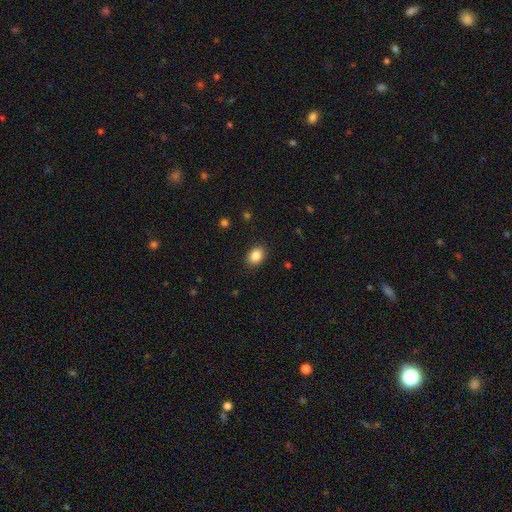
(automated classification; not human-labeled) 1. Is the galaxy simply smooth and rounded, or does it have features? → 86% smooth, 9% star or artifact, 5% featured or disk.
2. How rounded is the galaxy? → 69% in between, 30% round, 1% cigar-shaped.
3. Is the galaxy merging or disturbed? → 88% none, 9% minor disturbance, 2% major disturbance, 1% merger.